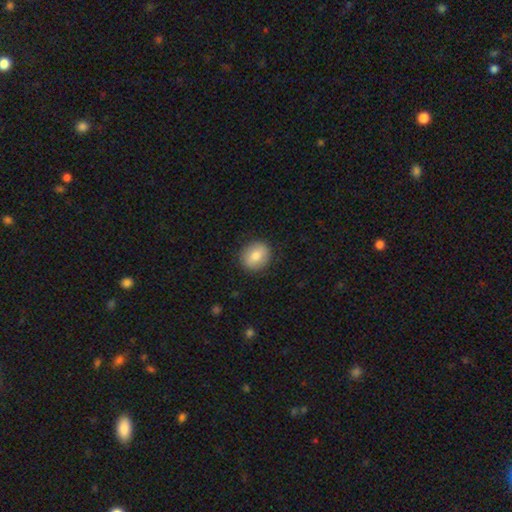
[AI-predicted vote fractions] Overall: smooth (76%). How rounded: round (71%). Merging: none (88%).